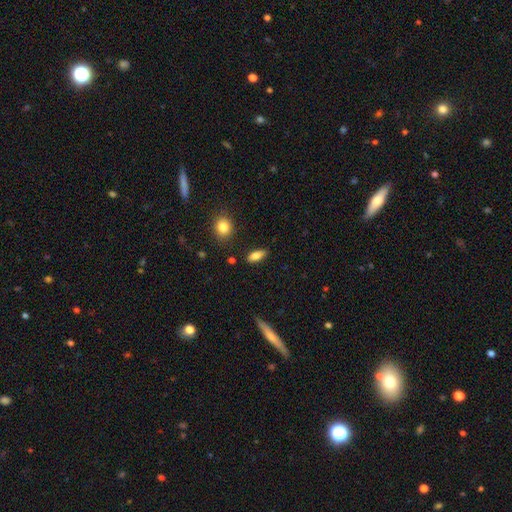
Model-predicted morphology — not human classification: Smooth or featured: smooth — 77% (featured or disk — 15%)
How rounded: in between — 75% (cigar-shaped — 22%)
Merging: none — 84% (minor disturbance — 11%)